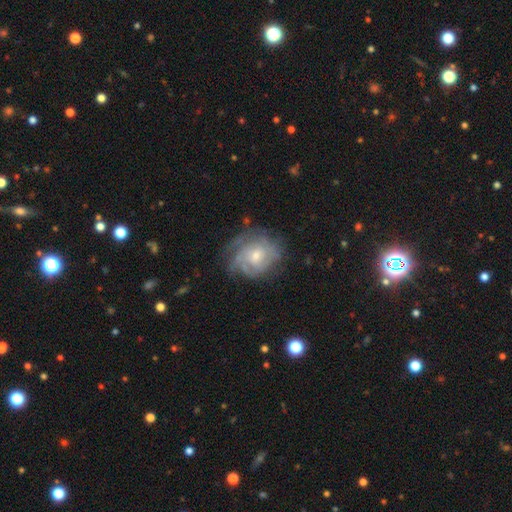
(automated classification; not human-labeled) This appears to be a featured or disk galaxy (75%) with no bar (68%), tight (59%) spiral arms (88%) and a small central bulge (54%). Merging: none (65%).